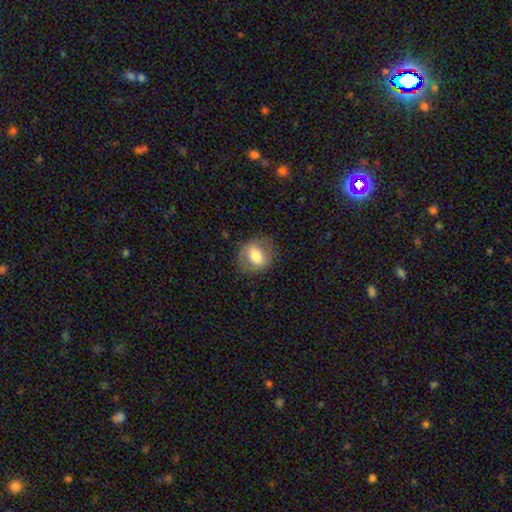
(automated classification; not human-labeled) Smooth or featured: smooth — 58% (featured or disk — 34%)
How rounded: round — 59% (in between — 40%)
Merging: none — 79% (minor disturbance — 14%)